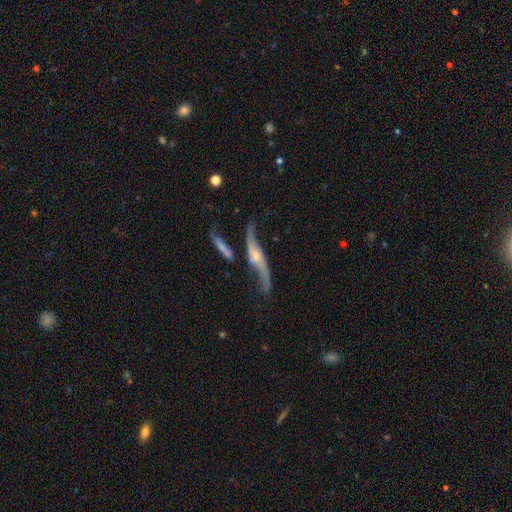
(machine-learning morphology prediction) Q: Smooth or featured?
A: featured or disk (82%); runner-up: smooth (11%)
Q: Edge-on disk?
A: no (58%); runner-up: yes (42%)
Q: Merging?
A: none (51%); runner-up: minor disturbance (20%)